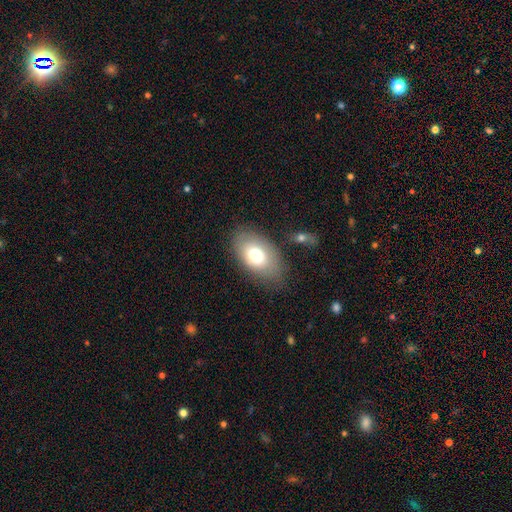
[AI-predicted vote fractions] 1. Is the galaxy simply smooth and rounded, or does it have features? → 73% smooth, 19% featured or disk, 8% star or artifact.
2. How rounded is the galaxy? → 90% in between, 8% round, 1% cigar-shaped.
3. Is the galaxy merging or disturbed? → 75% none, 16% minor disturbance, 6% major disturbance, 4% merger.